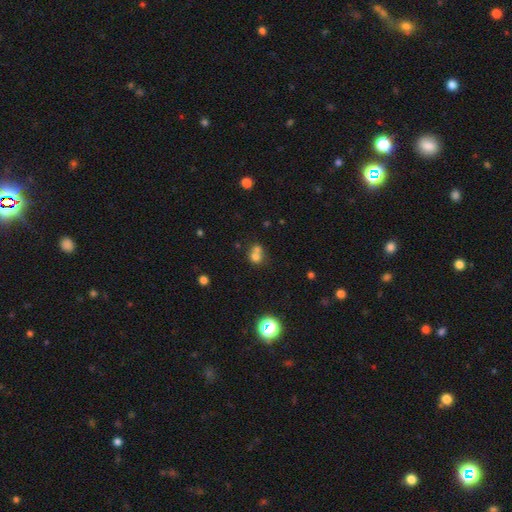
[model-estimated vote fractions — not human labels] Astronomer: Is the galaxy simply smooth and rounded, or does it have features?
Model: smooth — 68%.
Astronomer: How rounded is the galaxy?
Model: round — 78%.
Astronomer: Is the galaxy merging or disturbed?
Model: merger — 56% (runner-up: none, 34%).